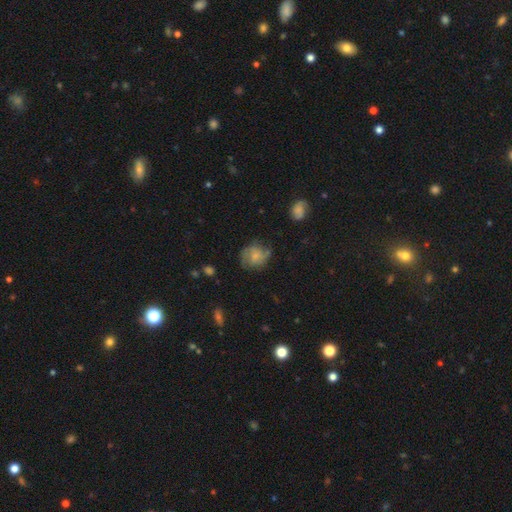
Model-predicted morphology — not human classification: This is possibly a smooth galaxy (47%). Merging: possibly none (60%).